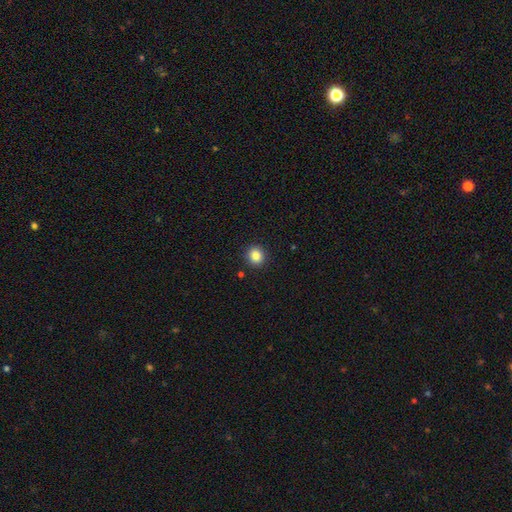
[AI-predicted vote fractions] This is clearly a smooth galaxy (85%). How rounded: clearly round (84%). Merging: clearly none (91%).